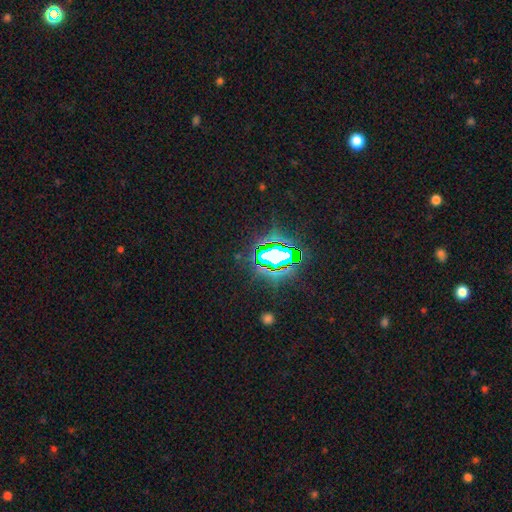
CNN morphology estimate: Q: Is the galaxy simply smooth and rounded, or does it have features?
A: star or artifact — 83%.